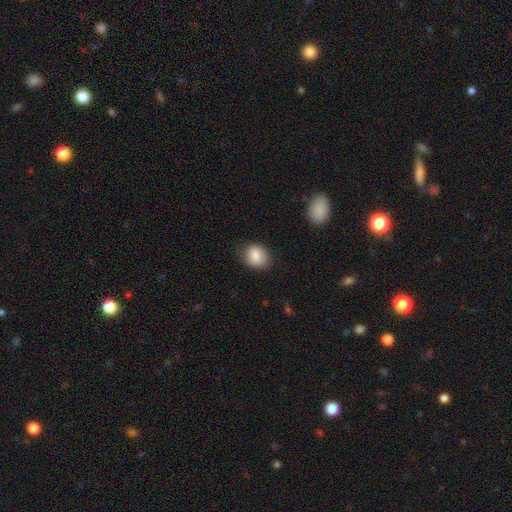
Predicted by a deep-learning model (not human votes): Morphology: type=smooth (84%); roundness=round (63%); merging=none (78%).